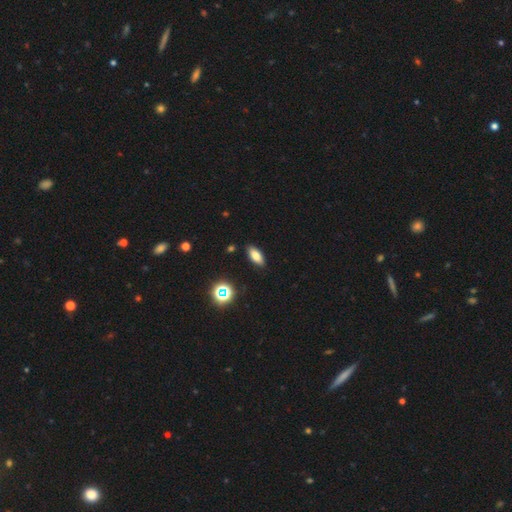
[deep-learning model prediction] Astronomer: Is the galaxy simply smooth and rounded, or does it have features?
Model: smooth — 76%.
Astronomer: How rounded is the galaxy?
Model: in between — 80%.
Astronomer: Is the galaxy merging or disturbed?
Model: none — 88%.